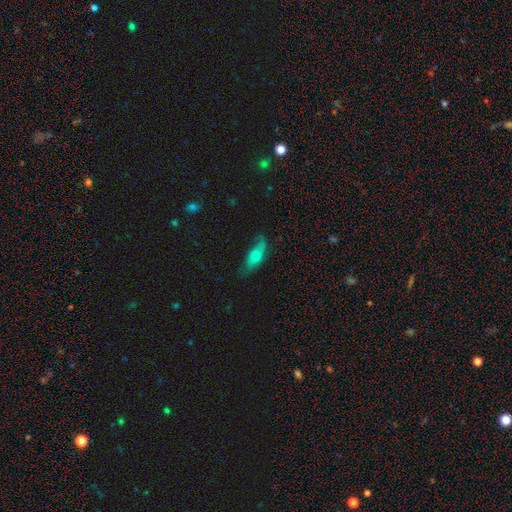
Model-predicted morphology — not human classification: smooth 59%, featured or disk 33%, star or artifact 8%. Down the decision tree: how rounded — in between (66%); merging — none (54%).